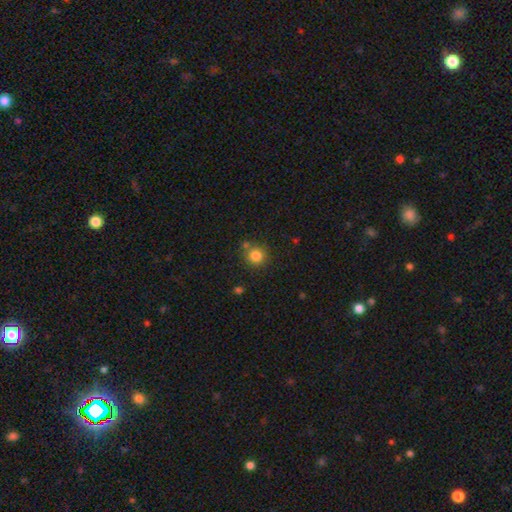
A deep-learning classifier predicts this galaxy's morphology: Smooth or featured?
  - smooth: 83% *
  - star or artifact: 12%
  - featured or disk: 6%
How rounded?
  - round: 93% *
  - in between: 6%
  - cigar-shaped: 1%
Merging?
  - none: 75% *
  - merger: 11%
  - minor disturbance: 11%
  - major disturbance: 3%